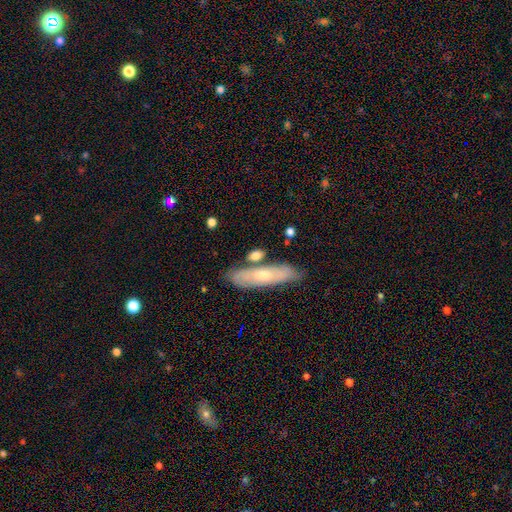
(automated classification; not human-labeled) smooth_or_featured: smooth (p=0.66) [alt: featured or disk p=0.28]
how_rounded: in between (p=0.48) [alt: cigar-shaped p=0.43]
merging: none (p=0.64) [alt: merger p=0.18]